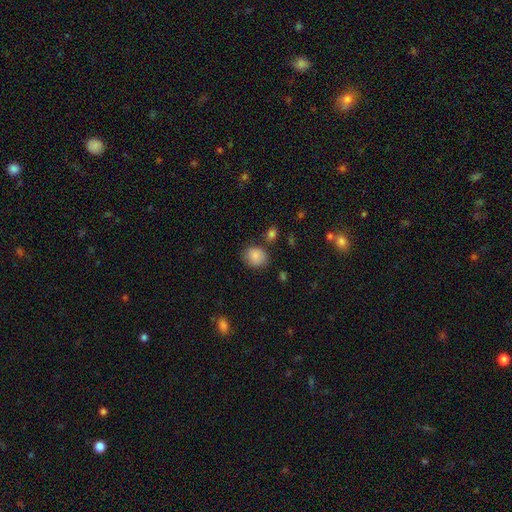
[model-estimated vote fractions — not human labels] Q: Smooth or featured?
A: smooth (86%); runner-up: star or artifact (9%)
Q: How rounded?
A: round (60%); runner-up: in between (39%)
Q: Merging?
A: none (74%); runner-up: minor disturbance (18%)